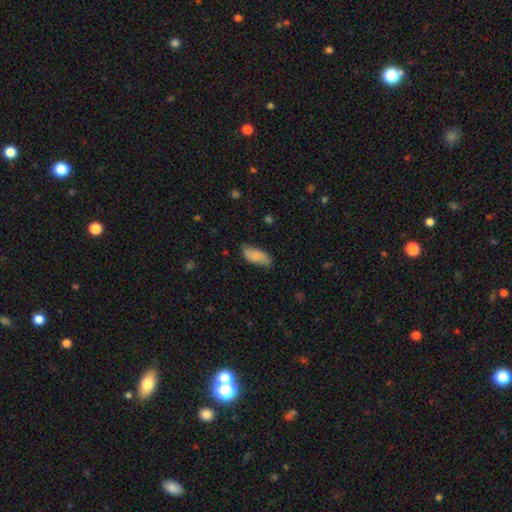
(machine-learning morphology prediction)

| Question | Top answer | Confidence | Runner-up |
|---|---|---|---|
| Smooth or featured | smooth | 82% | featured or disk (12%) |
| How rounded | in between | 87% | cigar-shaped (11%) |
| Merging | none | 73% | minor disturbance (21%) |